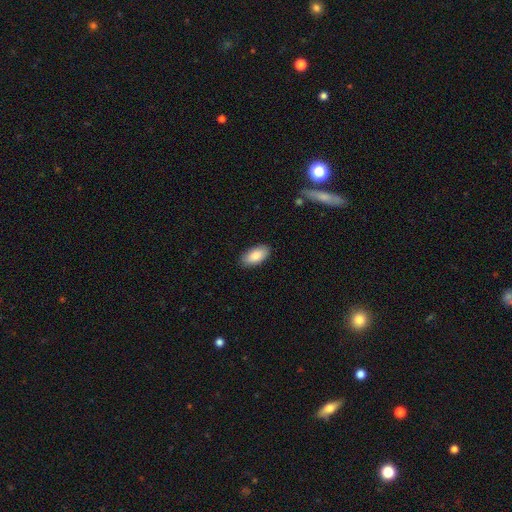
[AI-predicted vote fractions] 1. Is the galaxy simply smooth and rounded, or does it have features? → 86% smooth, 8% featured or disk, 6% star or artifact.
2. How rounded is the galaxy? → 93% in between, 5% cigar-shaped, 2% round.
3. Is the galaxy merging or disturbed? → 89% none, 8% minor disturbance, 2% major disturbance, 1% merger.